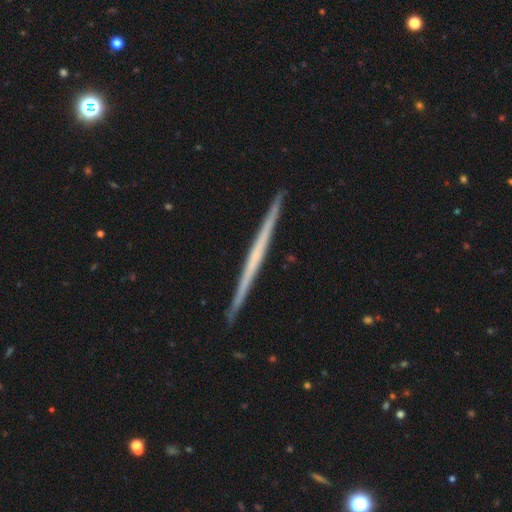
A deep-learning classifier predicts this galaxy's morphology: Smooth or featured: featured or disk — 67% (smooth — 27%)
Edge-on disk: yes — 98% (no — 2%)
Edge-on bulge: none — 89% (rounded — 8%)
Merging: none — 92% (minor disturbance — 5%)